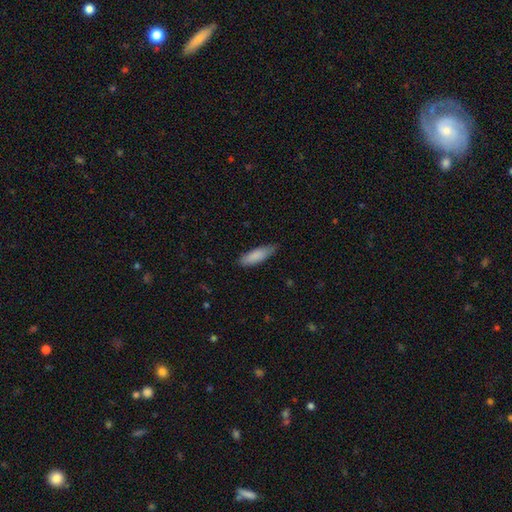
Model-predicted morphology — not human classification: smooth-or-featured: smooth: 87% | featured or disk: 8% | star or artifact: 6%
  how-rounded: in between: 50% | cigar-shaped: 48% | round: 2%
  merging: none: 71% | minor disturbance: 24% | major disturbance: 3% | merger: 1%